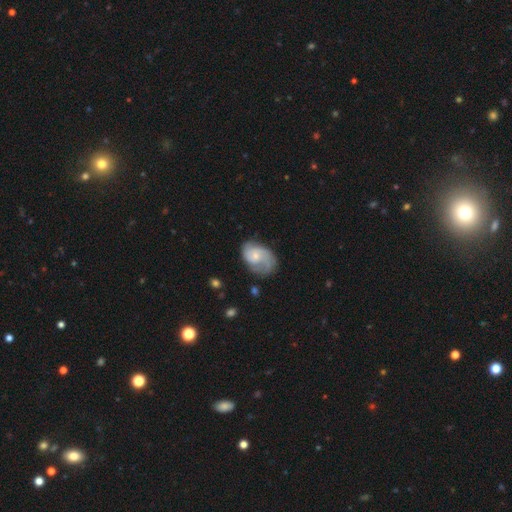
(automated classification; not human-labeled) The model was most divided on "spiral winding": medium: 44%, loose: 29%, tight: 26%. More confident: edge-on disk — no (97%); spiral arms — yes (88%); bar — no (66%); smooth or featured — featured or disk (65%); bulge size — small (61%); spiral arm count — 2 (57%); merging — none (51%).